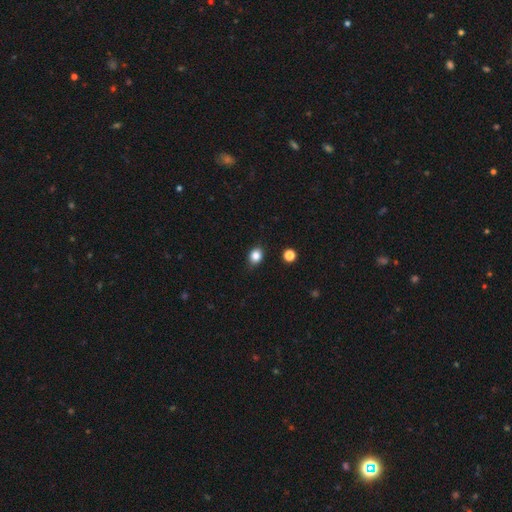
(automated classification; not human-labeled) Smooth or featured?
  - smooth: 84% *
  - star or artifact: 11%
  - featured or disk: 5%
How rounded?
  - round: 53% *
  - in between: 46%
  - cigar-shaped: 1%
Merging?
  - none: 85% *
  - minor disturbance: 11%
  - major disturbance: 2%
  - merger: 2%